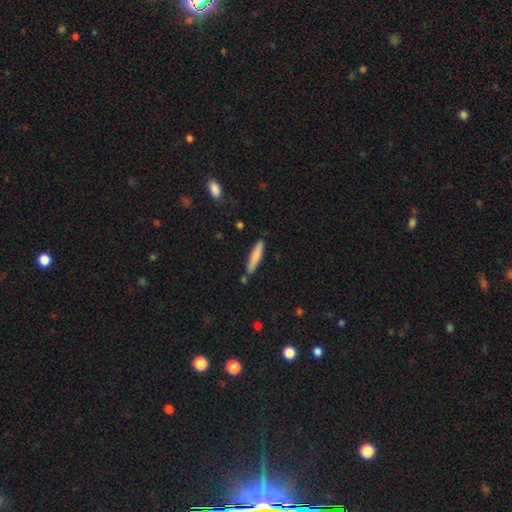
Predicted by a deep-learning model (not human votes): This is likely a smooth galaxy (79%). How rounded: clearly cigar-shaped (89%). Merging: clearly none (80%).